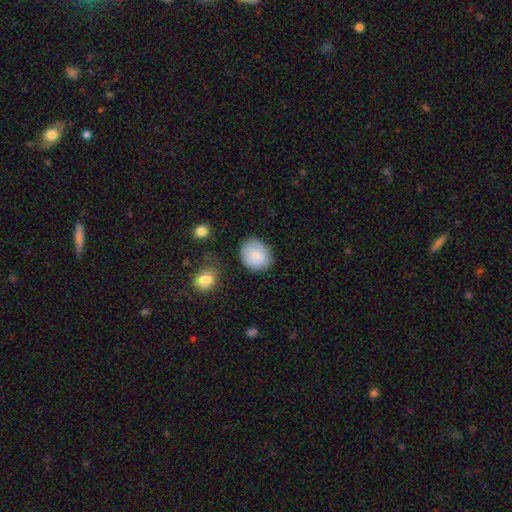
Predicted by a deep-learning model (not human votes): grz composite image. It shows a smooth galaxy with no disk features (87%) that is round (66%). Merging: none (75%).